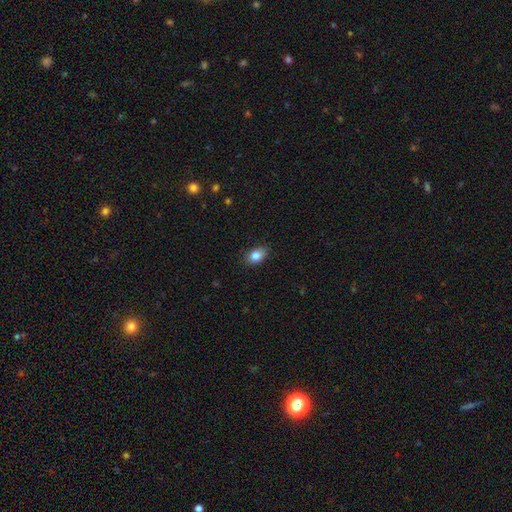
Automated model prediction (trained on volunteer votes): A smooth galaxy with no disk features (84%) that is in between round and cigar-shaped (85%).

Vote fractions:
- Smooth or featured? smooth: 84% / star or artifact: 8% / featured or disk: 7%
- How rounded? in between: 85% / round: 13% / cigar-shaped: 2%
- Merging? none: 85% / minor disturbance: 12% / major disturbance: 2% / merger: 1%